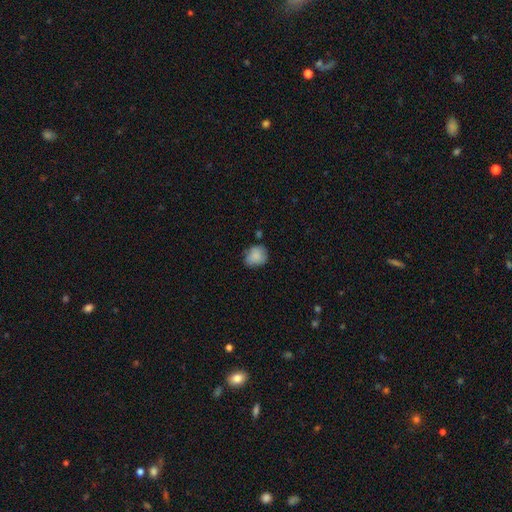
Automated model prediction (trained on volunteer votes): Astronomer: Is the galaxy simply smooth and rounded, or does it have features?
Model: smooth — 81%.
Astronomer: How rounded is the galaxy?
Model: round — 61% (runner-up: in between, 38%).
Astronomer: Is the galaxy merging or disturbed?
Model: none — 60%.